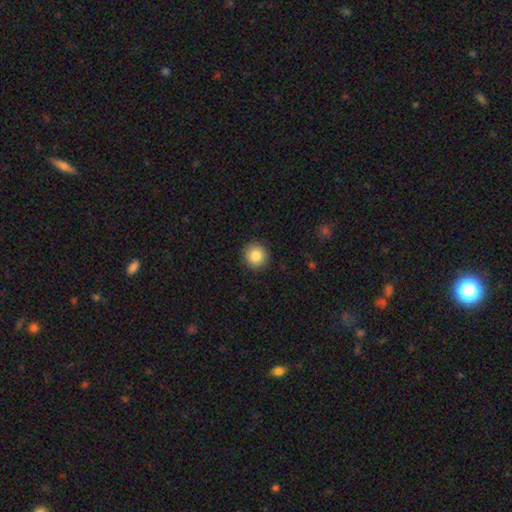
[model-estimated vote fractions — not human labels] A smooth galaxy with no disk features (85%) that is round (94%).

Vote fractions:
- Smooth or featured? smooth: 85% / star or artifact: 9% / featured or disk: 6%
- How rounded? round: 94% / in between: 5% / cigar-shaped: 1%
- Merging? none: 92% / minor disturbance: 6% / major disturbance: 2% / merger: 1%